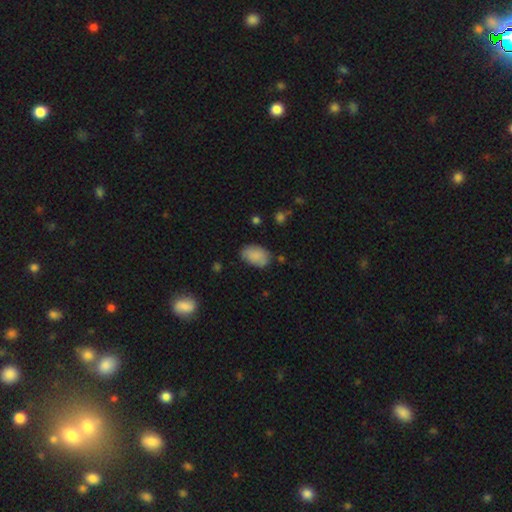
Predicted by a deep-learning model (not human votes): This appears to be a smooth galaxy with no disk features (86%) that is in between round and cigar-shaped (90%). Merging: none (76%).